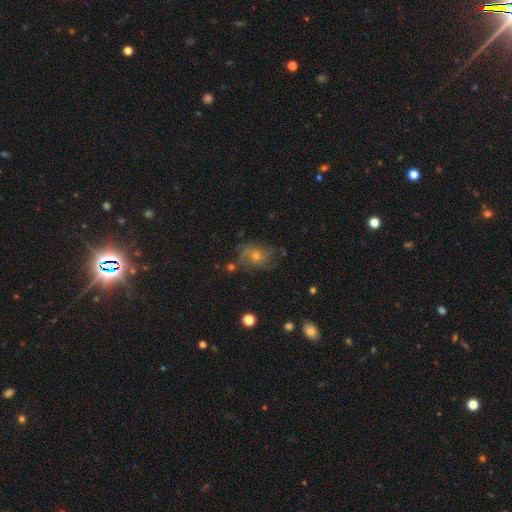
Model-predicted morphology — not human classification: This is possibly a featured or disk galaxy (53%). It is clearly not viewed edge-on (95%). Merging: likely none (65%).